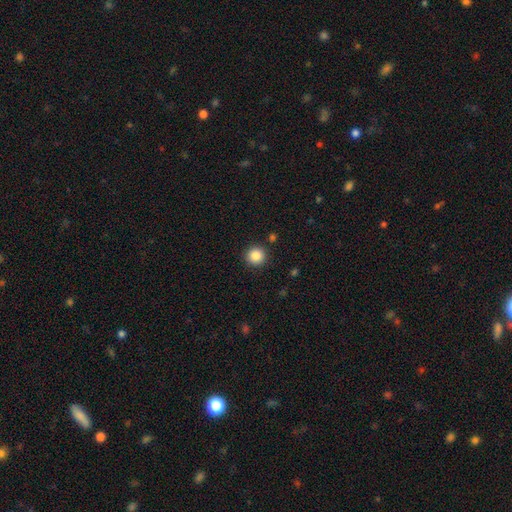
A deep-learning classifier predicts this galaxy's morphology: This appears to be a smooth galaxy with no disk features (86%) that is round (94%). Merging: none (90%).